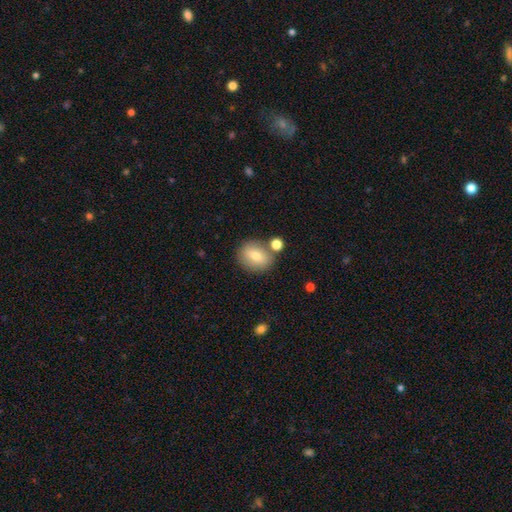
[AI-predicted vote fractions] A smooth galaxy with no disk features (74%) that is round (50%).

Vote fractions:
- Smooth or featured? smooth: 74% / featured or disk: 17% / star or artifact: 9%
- How rounded? round: 50% / in between: 49% / cigar-shaped: 1%
- Merging? none: 71% / merger: 13% / minor disturbance: 12% / major disturbance: 3%